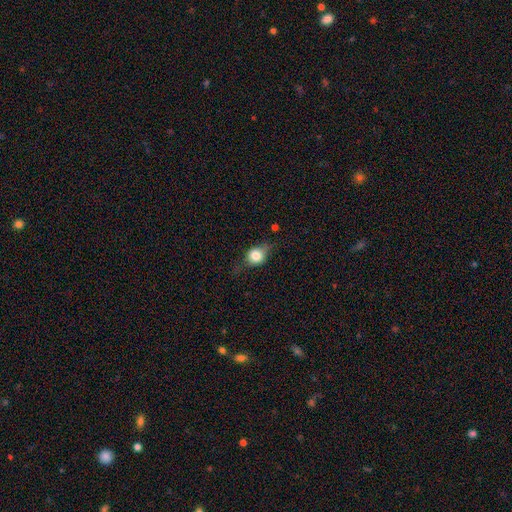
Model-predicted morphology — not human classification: Overall: smooth (68%). How rounded: round (67%; in between 30%). Merging: none (60%; minor disturbance 28%).